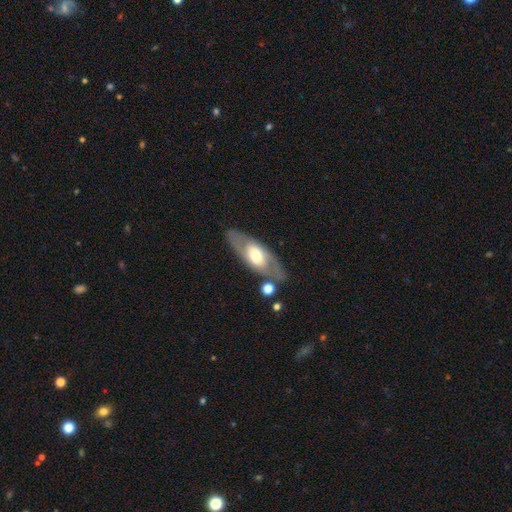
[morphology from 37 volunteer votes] Smooth or featured? 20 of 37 (54%) said featured or disk. Edge-on disk? 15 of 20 (75%) said no. Bar? 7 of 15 (47%) said weak. Spiral arms? 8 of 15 (53%) said yes. Spiral winding? 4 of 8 (50%) said medium. Spiral arm count? 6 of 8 (75%) said 2. Bulge size? 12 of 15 (80%) said moderate. Merging? 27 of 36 (75%) said none.